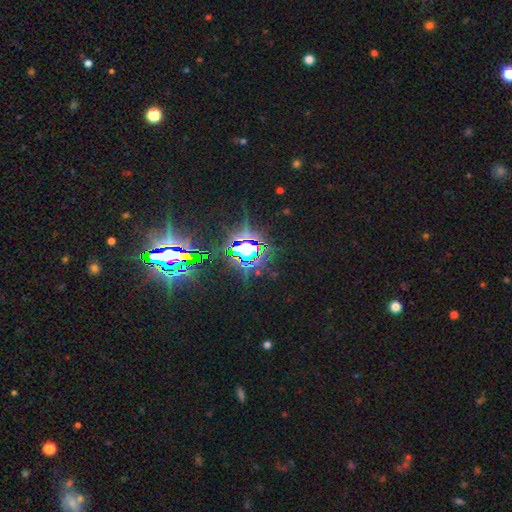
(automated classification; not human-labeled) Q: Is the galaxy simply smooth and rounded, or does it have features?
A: star or artifact — 82%.